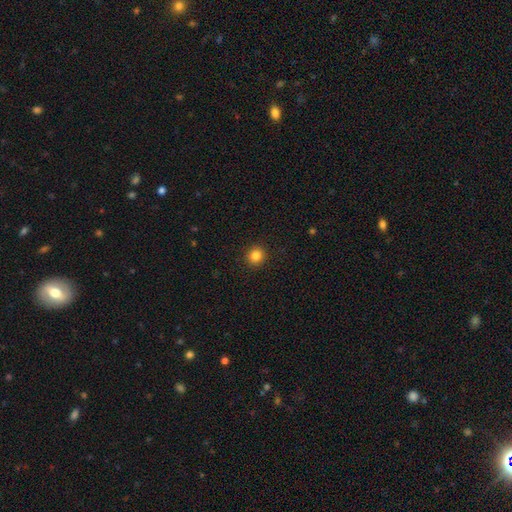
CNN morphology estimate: This appears to be a smooth galaxy with no disk features (84%) that is round (93%). Merging: none (92%).